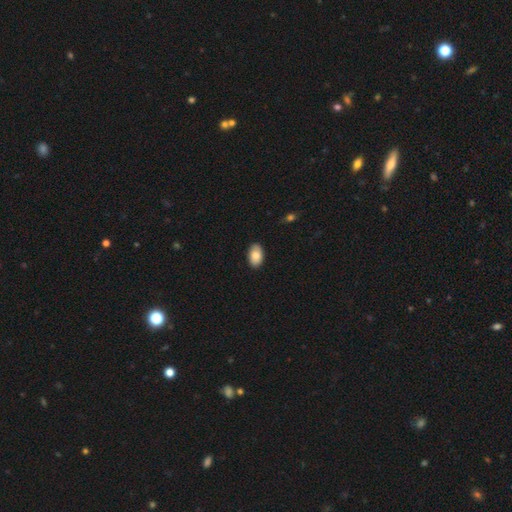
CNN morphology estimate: Smooth or featured? Predicted: smooth (p=0.84). How rounded? Predicted: in between (p=0.93). Merging? Predicted: none (p=0.87).